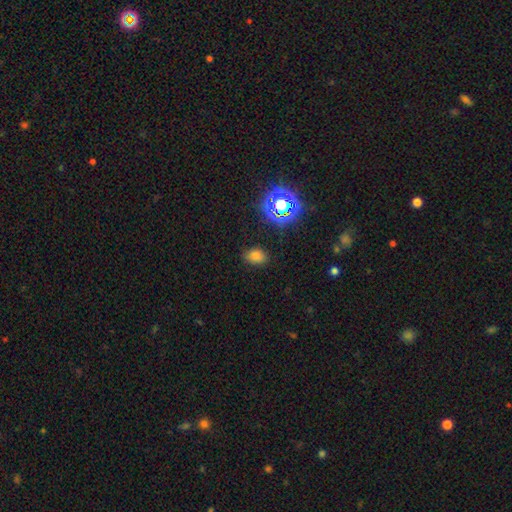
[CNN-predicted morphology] smooth 72%, star or artifact 22%, featured or disk 6%. Down the decision tree: how rounded — in between (75%); merging — none (84%).